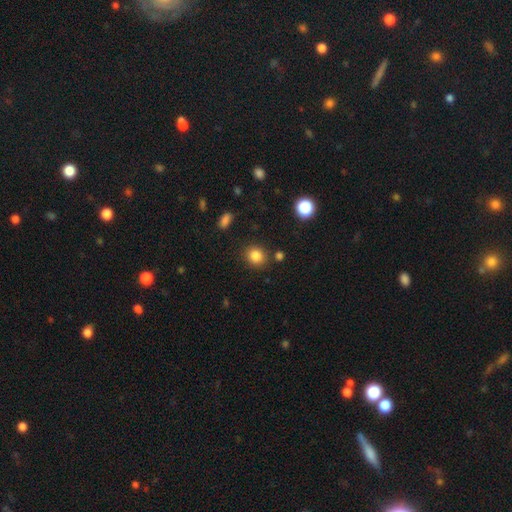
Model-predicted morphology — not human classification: Smooth or featured? smooth (83%)
How rounded? round (80%)
Merging? none (84%)